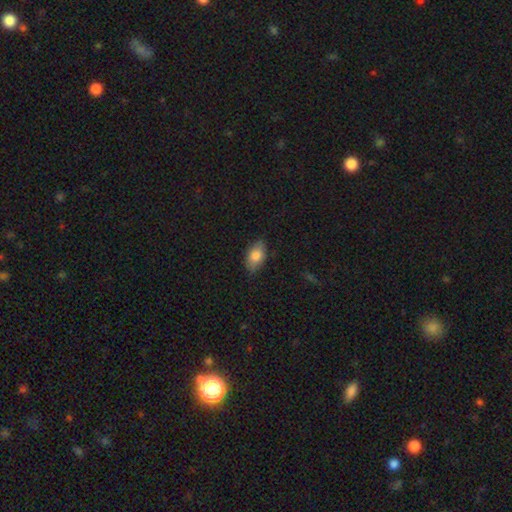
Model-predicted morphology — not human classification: Smooth or featured? Predicted: smooth (p=0.81). How rounded? Predicted: in between (p=0.91). Merging? Predicted: none (p=0.80).